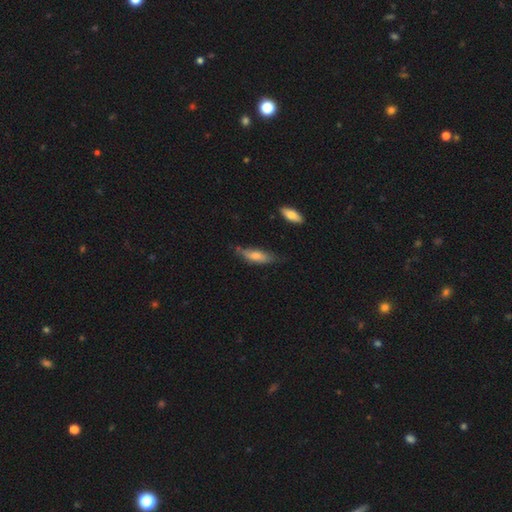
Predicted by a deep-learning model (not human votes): smooth_or_featured: smooth (p=0.65) [alt: featured or disk p=0.29]
how_rounded: in between (p=0.52) [alt: cigar-shaped p=0.46]
merging: none (p=0.56) [alt: minor disturbance p=0.33]